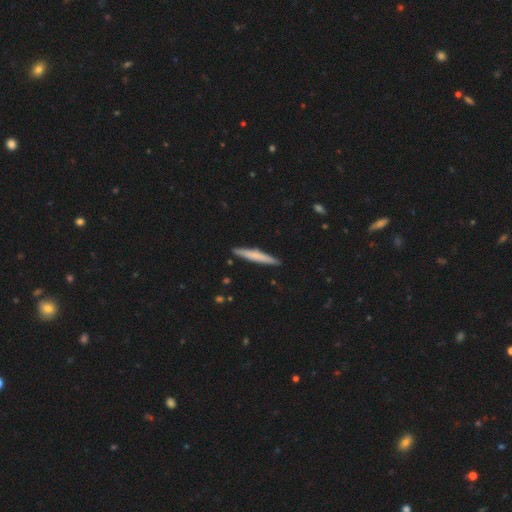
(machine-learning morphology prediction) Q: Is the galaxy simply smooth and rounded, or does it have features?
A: smooth — 64%.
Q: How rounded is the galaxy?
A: cigar-shaped — 95%.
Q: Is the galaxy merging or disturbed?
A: none — 90%.